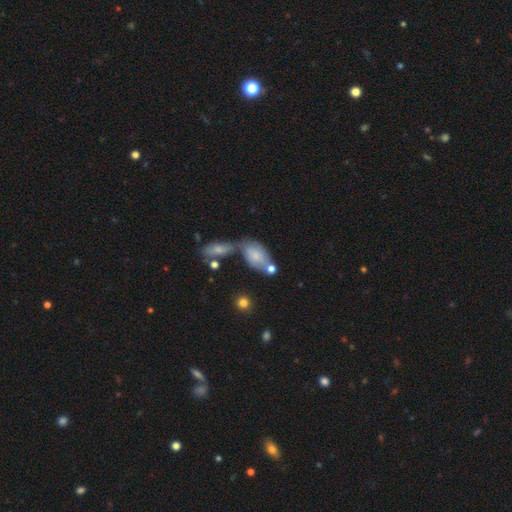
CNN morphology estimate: This appears to be a smooth galaxy with no disk features (71%) that is in between round and cigar-shaped (89%). Merging: merger (37%, tied with none).